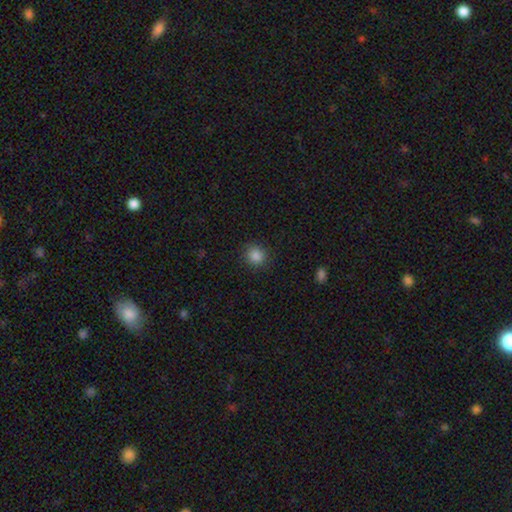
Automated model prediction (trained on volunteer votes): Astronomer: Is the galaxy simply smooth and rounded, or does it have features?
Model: smooth — 86%.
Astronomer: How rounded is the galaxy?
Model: round — 87%.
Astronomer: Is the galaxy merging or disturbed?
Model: none — 89%.